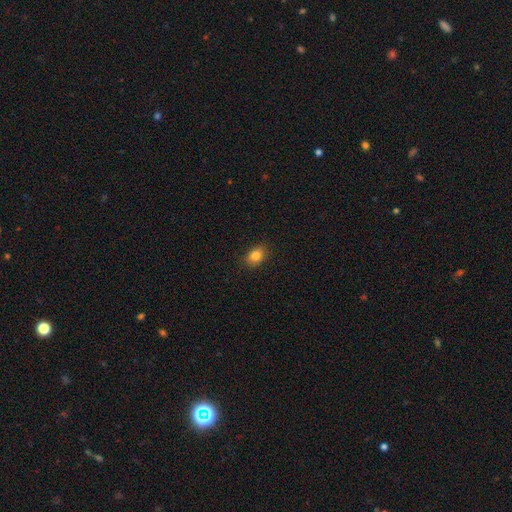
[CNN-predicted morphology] The model was most divided on "how rounded": in between: 65%, round: 34%, cigar-shaped: 1%. More confident: merging — none (89%); smooth or featured — smooth (83%).